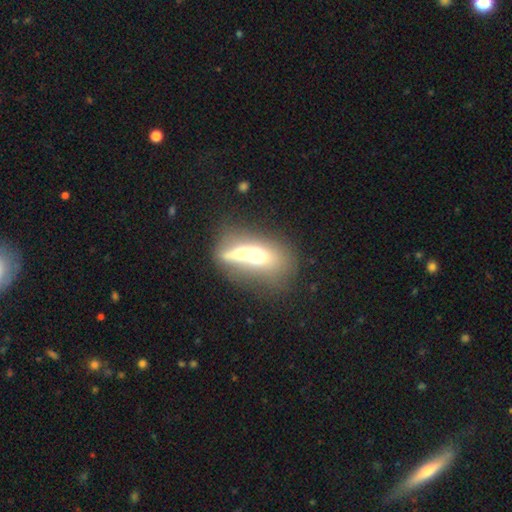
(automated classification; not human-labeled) Smooth or featured? Predicted: smooth (p=0.51). How rounded? Predicted: in between (p=0.60). Merging? Predicted: merger (p=0.65).